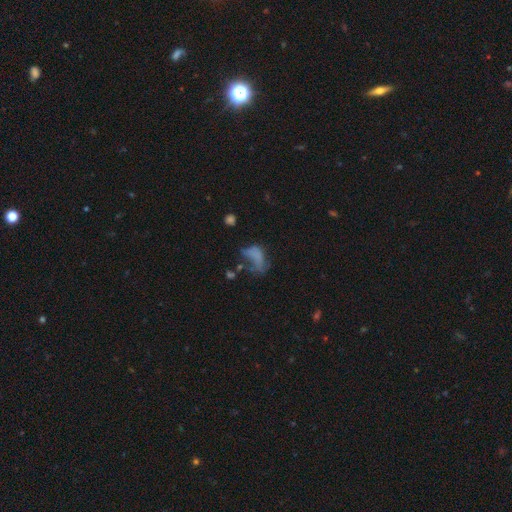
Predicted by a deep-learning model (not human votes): A smooth galaxy with no disk features (52%) that is in between round and cigar-shaped (84%).

Vote fractions:
- Smooth or featured? smooth: 52% / featured or disk: 32% / star or artifact: 17%
- How rounded? in between: 84% / round: 11% / cigar-shaped: 5%
- Merging? major disturbance: 47% / none: 22% / minor disturbance: 21% / merger: 10%